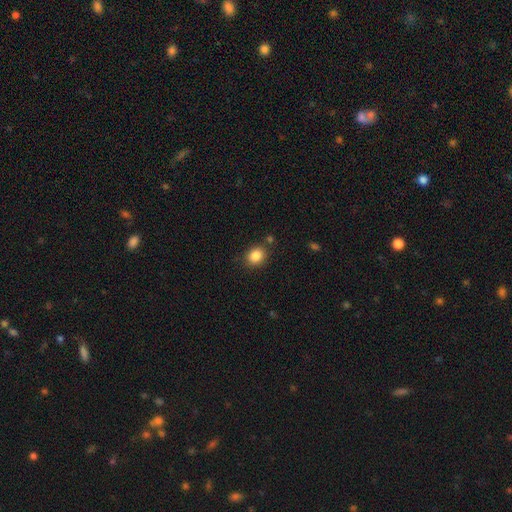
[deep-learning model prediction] This is clearly a smooth galaxy (85%). How rounded: likely round (63%). Merging: clearly none (83%).